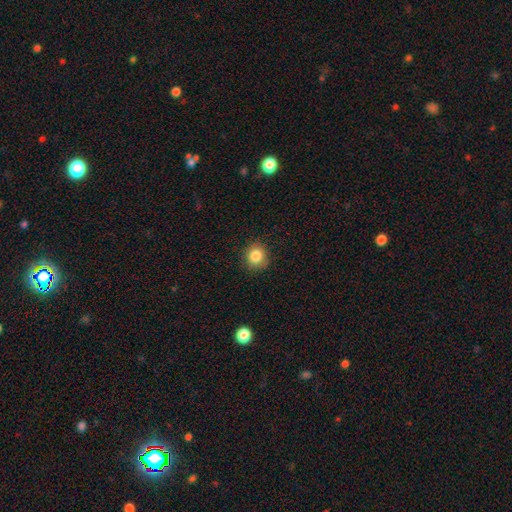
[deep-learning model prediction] smooth 84%, star or artifact 10%, featured or disk 6%. Down the decision tree: how rounded — round (79%); merging — none (87%).